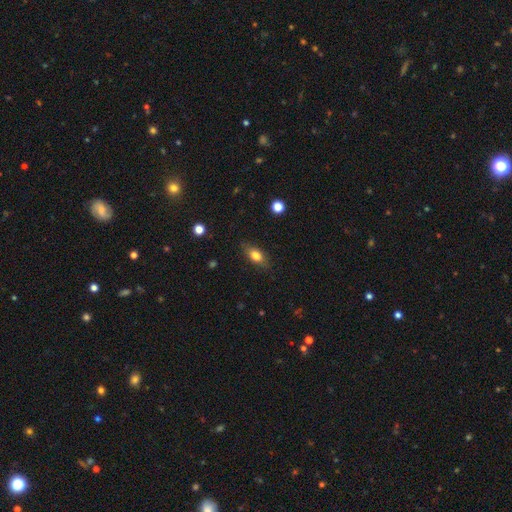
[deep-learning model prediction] This appears to be a smooth galaxy with no disk features (72%) that is in between round and cigar-shaped (76%). Merging: none (82%).